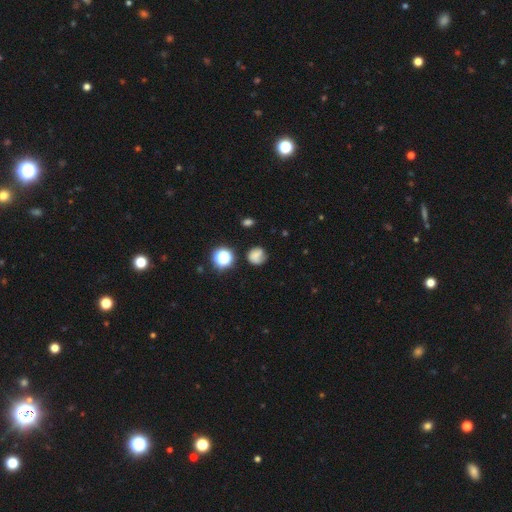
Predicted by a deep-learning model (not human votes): Smooth or featured? smooth (63%)
How rounded? round (79%)
Merging? none (64%)